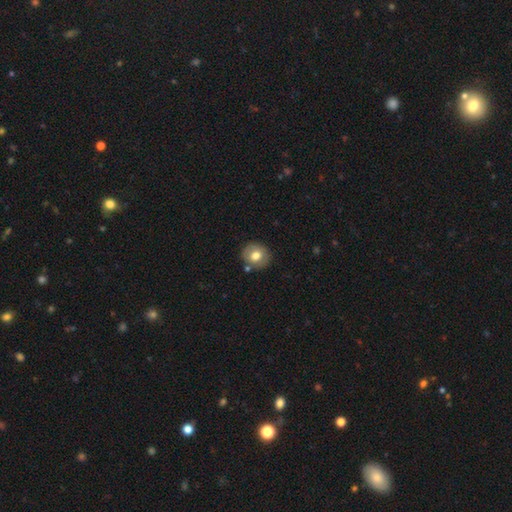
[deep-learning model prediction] smooth_or_featured: smooth (p=0.72) [alt: featured or disk p=0.20]
how_rounded: round (p=0.81) [alt: in between p=0.18]
merging: none (p=0.83) [alt: minor disturbance p=0.10]